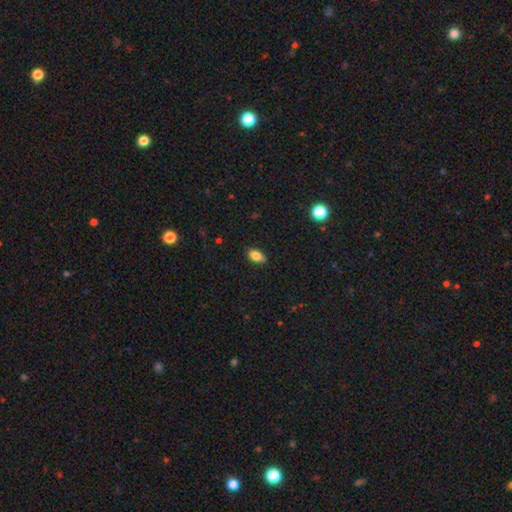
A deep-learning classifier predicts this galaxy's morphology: A smooth galaxy with no disk features (82%) that is in between round and cigar-shaped (88%). Merging: none (81%).